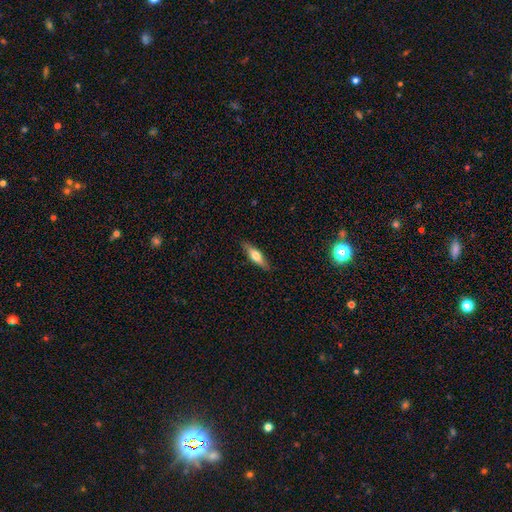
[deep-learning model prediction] smooth 60%, featured or disk 34%, star or artifact 6%. Down the decision tree: how rounded — cigar-shaped (61%); merging — none (86%).